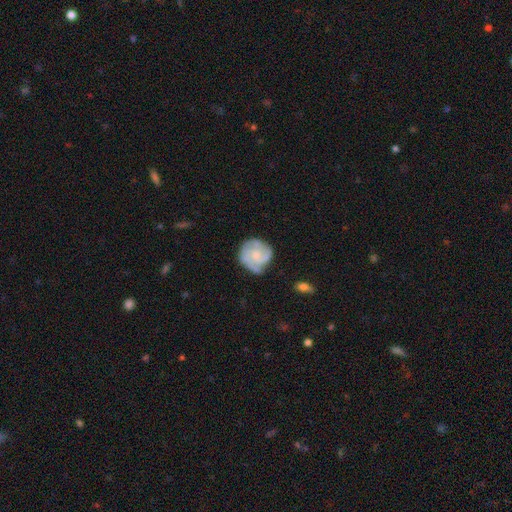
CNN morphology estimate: A featured or disk galaxy (70%) with no bar (71%), 3 (35%) tight (52%) spiral arms (90%) and a small central bulge (48%). Merging: none (64%).